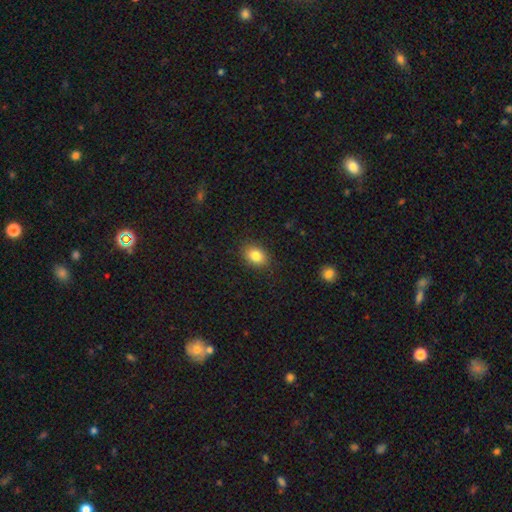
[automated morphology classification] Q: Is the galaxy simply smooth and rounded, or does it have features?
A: smooth — 83%.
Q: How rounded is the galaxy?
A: in between — 67%.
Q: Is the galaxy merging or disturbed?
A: none — 87%.